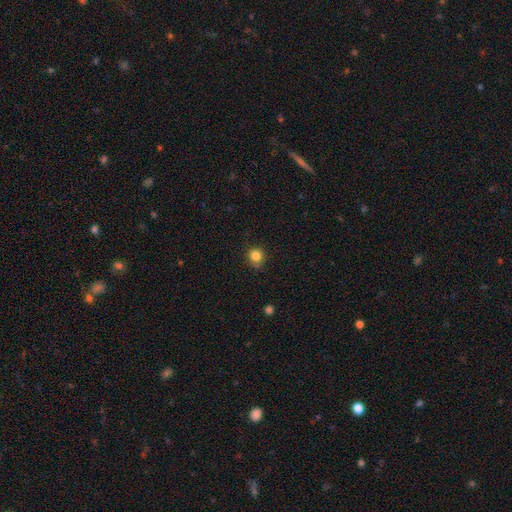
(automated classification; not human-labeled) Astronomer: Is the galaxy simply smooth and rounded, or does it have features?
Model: smooth — 84%.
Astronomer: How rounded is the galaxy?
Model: round — 88%.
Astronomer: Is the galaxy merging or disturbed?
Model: none — 79%.